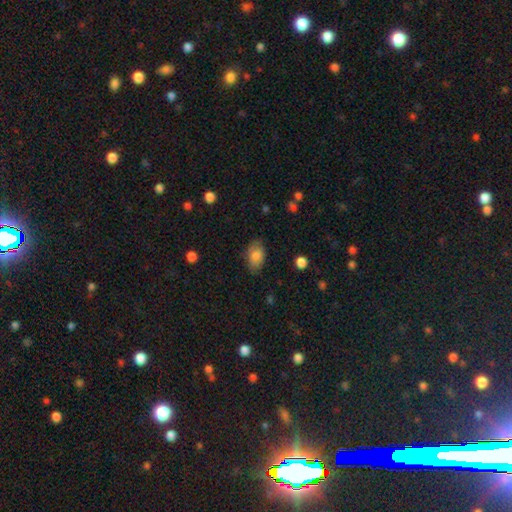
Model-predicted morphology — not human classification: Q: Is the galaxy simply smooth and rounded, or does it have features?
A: smooth — 80%.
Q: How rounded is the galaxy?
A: in between — 90%.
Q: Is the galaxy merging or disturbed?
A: none — 74%.